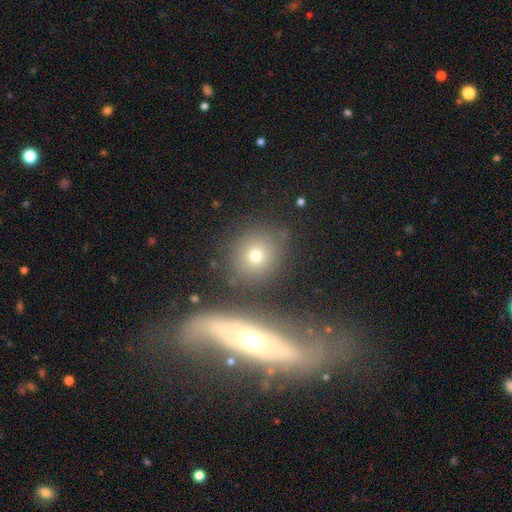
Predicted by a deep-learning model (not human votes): This is likely a smooth galaxy (68%). How rounded: clearly round (85%). Merging: likely none (77%).